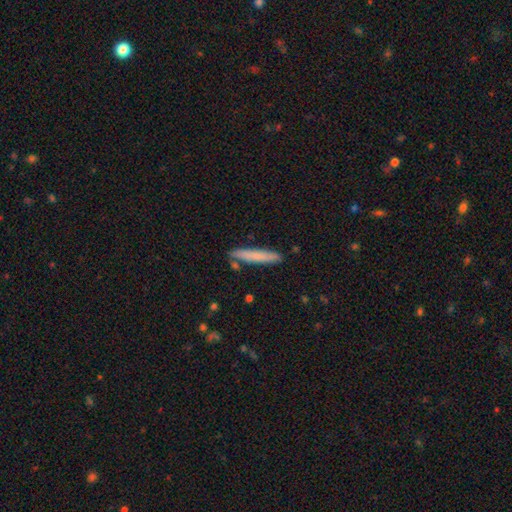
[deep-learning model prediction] The model was most divided on "smooth or featured": smooth: 74%, featured or disk: 20%, star or artifact: 6%. More confident: how rounded — cigar-shaped (94%); merging — none (84%).